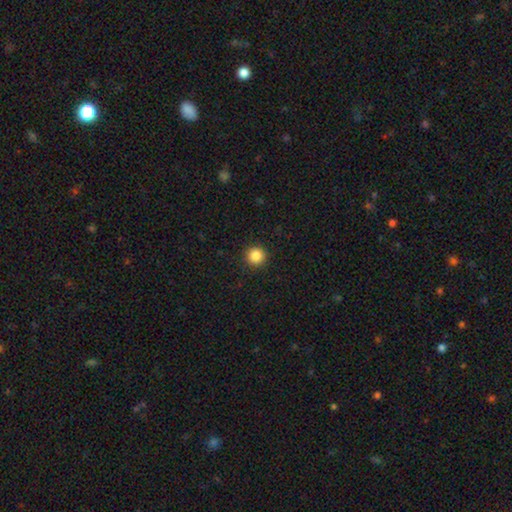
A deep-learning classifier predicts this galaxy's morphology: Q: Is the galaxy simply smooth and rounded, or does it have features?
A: smooth — 86%.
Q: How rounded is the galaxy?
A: round — 96%.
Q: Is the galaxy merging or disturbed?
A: none — 93%.